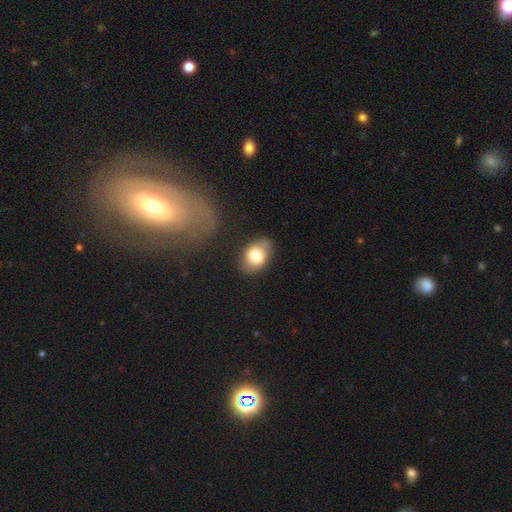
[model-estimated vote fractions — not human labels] Morphology: type=smooth (74%); roundness=in between (81%); merging=none (74%).